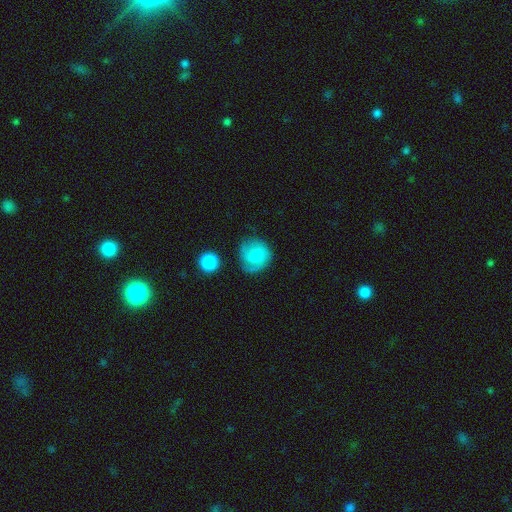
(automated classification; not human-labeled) A smooth galaxy with no disk features (47%). Merging: none (66%).